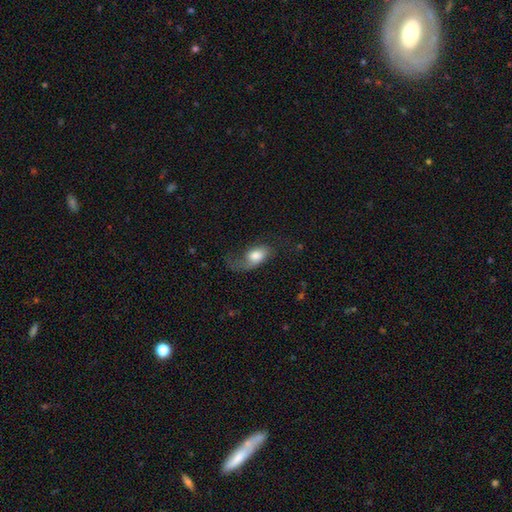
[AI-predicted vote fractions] Q: Smooth or featured?
A: smooth (63%); runner-up: featured or disk (30%)
Q: How rounded?
A: in between (87%); runner-up: round (10%)
Q: Merging?
A: major disturbance (40%); runner-up: none (34%)